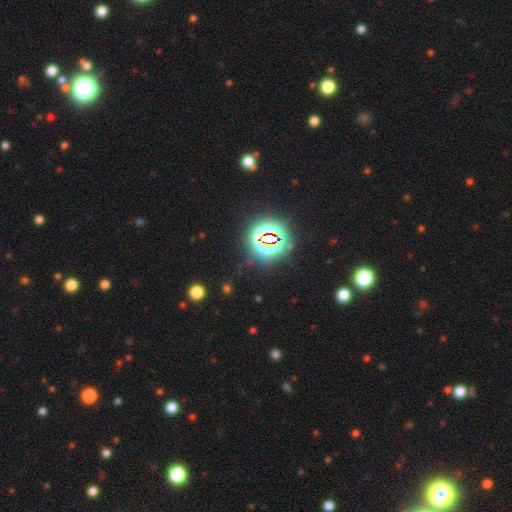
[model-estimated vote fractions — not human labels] Smooth or featured: star or artifact — 81% (smooth — 12%)